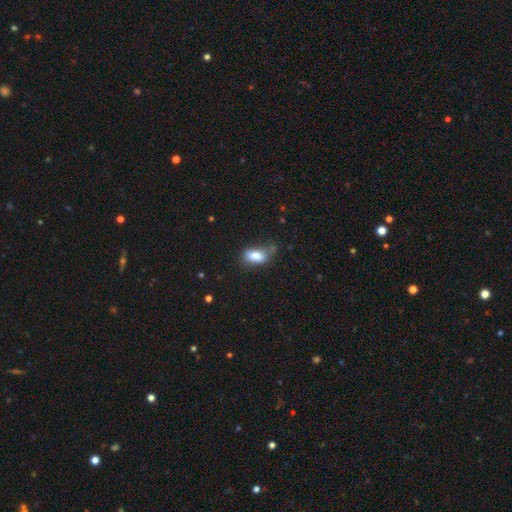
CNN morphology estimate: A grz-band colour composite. It shows a smooth galaxy with no disk features (82%) that is in between round and cigar-shaped (88%). Merging: none (59%).